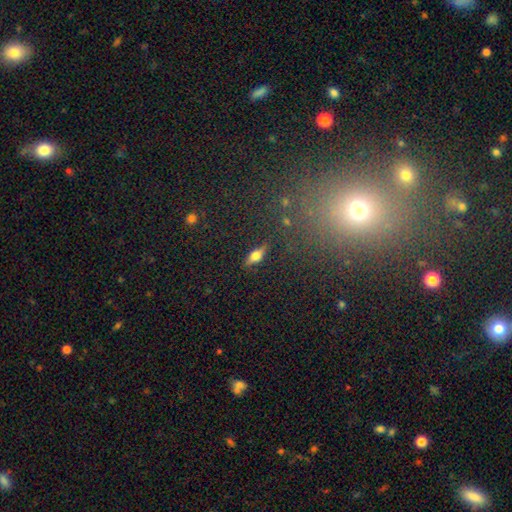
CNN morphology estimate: smooth-or-featured: smooth: 51% | featured or disk: 40% | star or artifact: 9%
  how-rounded: in between: 62% | cigar-shaped: 33% | round: 5%
  merging: none: 87% | minor disturbance: 9% | major disturbance: 2% | merger: 2%